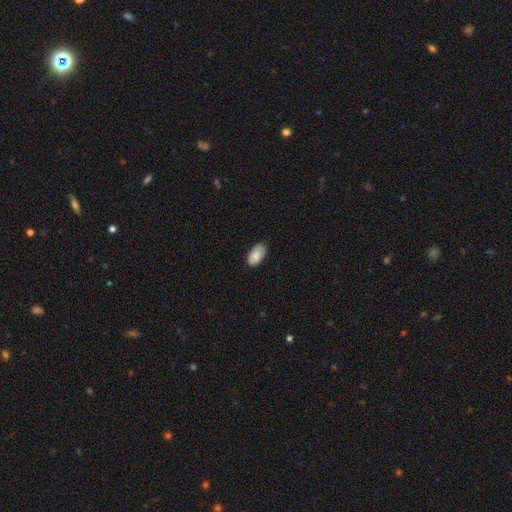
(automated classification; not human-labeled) smooth_or_featured: smooth (p=0.86) [alt: featured or disk p=0.08]
how_rounded: in between (p=0.95) [alt: round p=0.03]
merging: none (p=0.81) [alt: minor disturbance p=0.16]